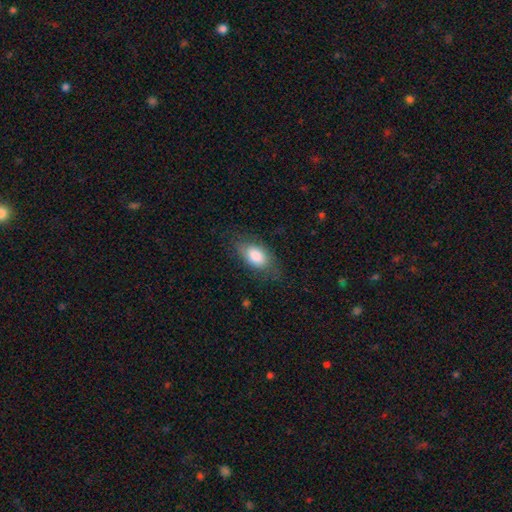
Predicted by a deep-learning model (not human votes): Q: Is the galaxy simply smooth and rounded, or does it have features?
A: smooth — 78%.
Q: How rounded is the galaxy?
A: in between — 90%.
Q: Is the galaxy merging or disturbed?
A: none — 68%.